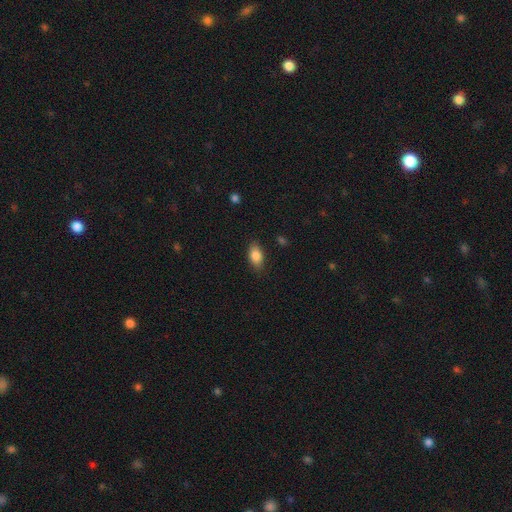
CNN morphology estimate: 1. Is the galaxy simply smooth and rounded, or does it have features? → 84% smooth, 8% featured or disk, 8% star or artifact.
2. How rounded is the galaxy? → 88% in between, 7% round, 4% cigar-shaped.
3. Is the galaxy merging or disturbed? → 84% none, 12% minor disturbance, 3% major disturbance, 1% merger.